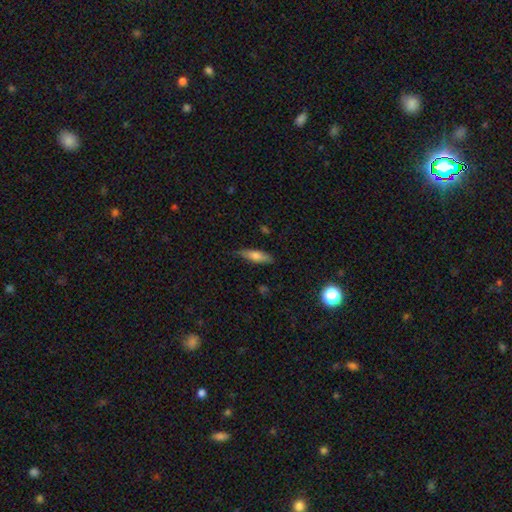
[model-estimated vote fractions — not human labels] smooth 68%, featured or disk 25%, star or artifact 7%. Down the decision tree: how rounded — cigar-shaped (58%); merging — none (79%).